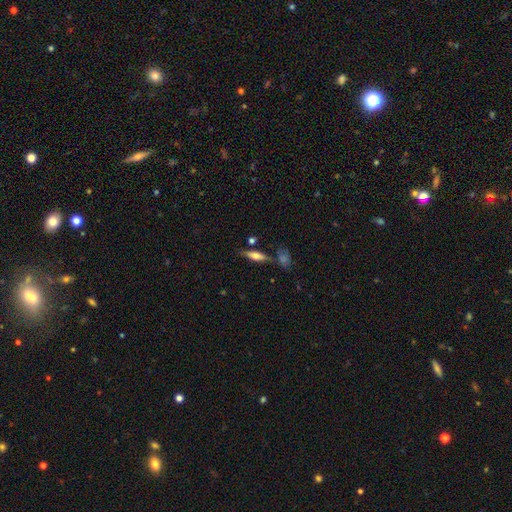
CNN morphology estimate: Smooth or featured? Predicted: smooth (p=0.51). How rounded? Predicted: cigar-shaped (p=0.56). Merging? Predicted: none (p=0.73).